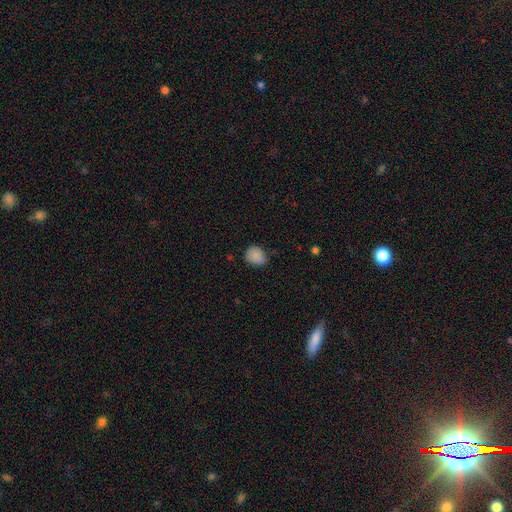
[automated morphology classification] This is clearly a smooth galaxy (86%). How rounded: likely round (64%). Merging: likely none (72%).